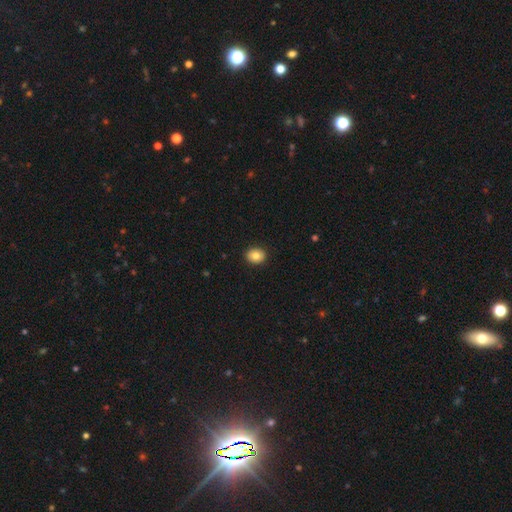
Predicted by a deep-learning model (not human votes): Smooth or featured? smooth (81%)
How rounded? round (61%)
Merging? none (91%)